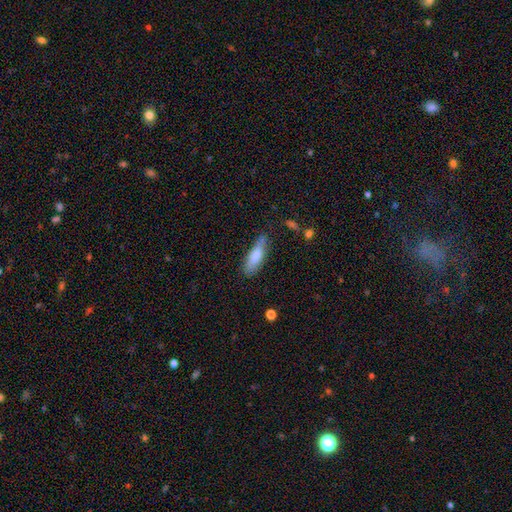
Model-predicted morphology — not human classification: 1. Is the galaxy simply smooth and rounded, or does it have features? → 78% smooth, 16% featured or disk, 6% star or artifact.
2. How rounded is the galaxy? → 52% cigar-shaped, 47% in between, 2% round.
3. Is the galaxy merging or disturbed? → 63% none, 26% minor disturbance, 6% major disturbance, 4% merger.